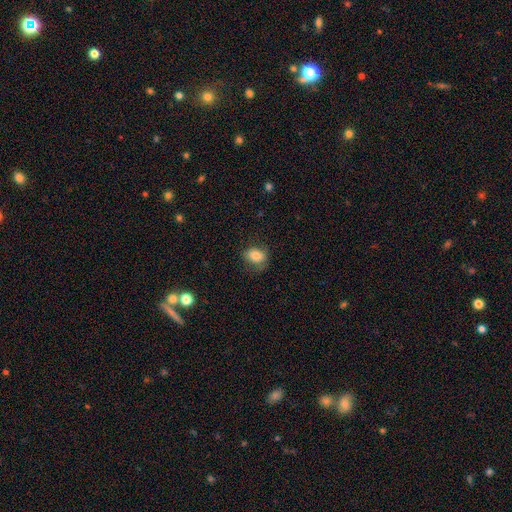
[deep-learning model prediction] This appears to be a smooth galaxy with no disk features (82%) that is in between round and cigar-shaped (67%). Merging: none (69%).